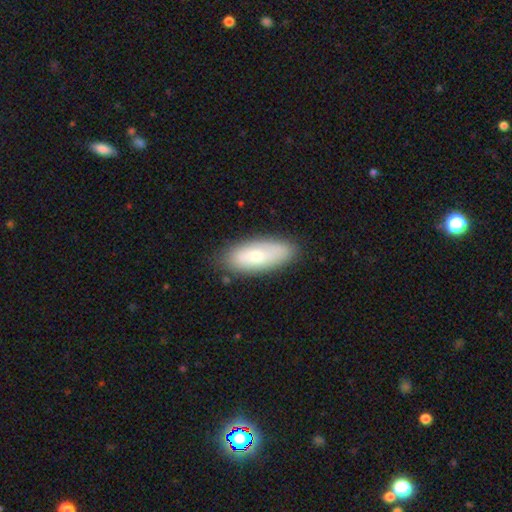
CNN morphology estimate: smooth_or_featured: smooth (p=0.67) [alt: featured or disk p=0.27]
how_rounded: in between (p=0.80) [alt: cigar-shaped p=0.18]
merging: none (p=0.80) [alt: minor disturbance p=0.15]